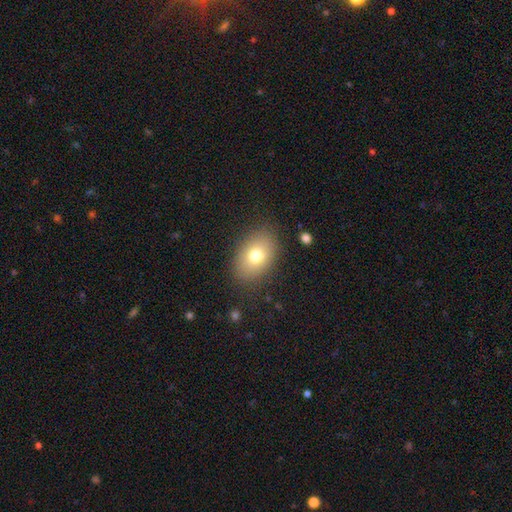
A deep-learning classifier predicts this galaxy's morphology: A smooth galaxy with no disk features (75%) that is in between round and cigar-shaped (82%). Merging: none (84%).